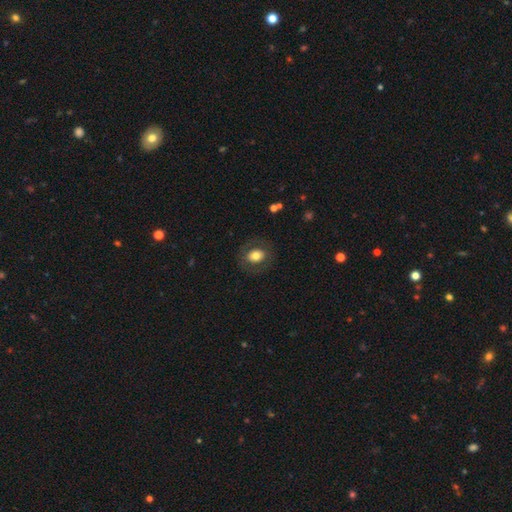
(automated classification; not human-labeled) Smooth or featured: smooth — 69% (featured or disk — 23%)
How rounded: round — 50% (in between — 49%)
Merging: none — 82% (minor disturbance — 10%)